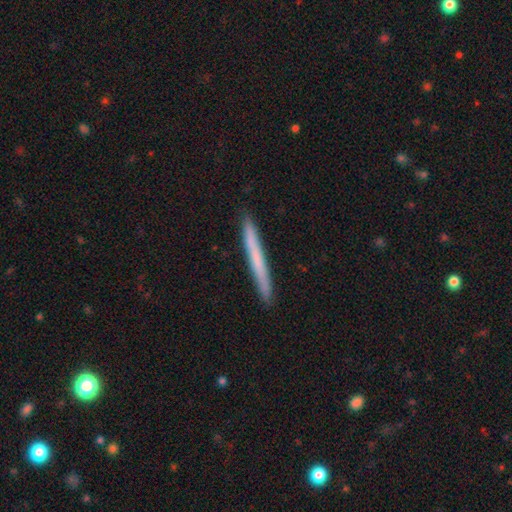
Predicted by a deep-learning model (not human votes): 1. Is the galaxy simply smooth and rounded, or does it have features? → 58% smooth, 36% featured or disk, 6% star or artifact.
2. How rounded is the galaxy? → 97% cigar-shaped, 1% in between, 1% round.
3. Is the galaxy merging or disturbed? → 92% none, 6% minor disturbance, 1% major disturbance, 1% merger.